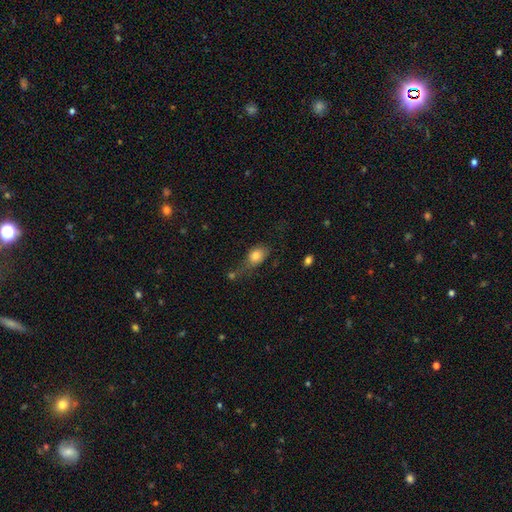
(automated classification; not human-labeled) Overall: smooth (80%). How rounded: in between (72%). Merging: none (38%; minor disturbance 27%).